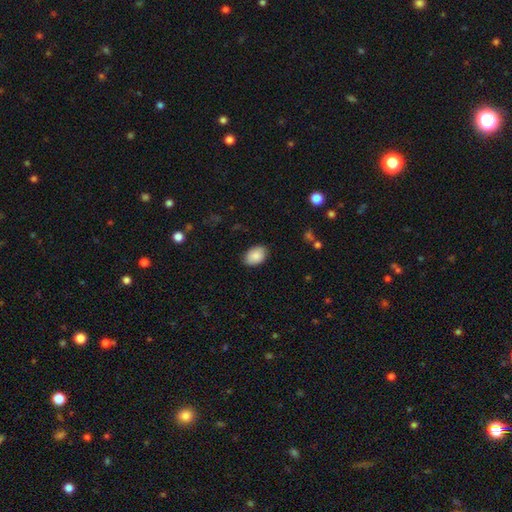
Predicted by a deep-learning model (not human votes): A smooth galaxy with no disk features (87%) that is in between round and cigar-shaped (85%). Merging: none (85%).